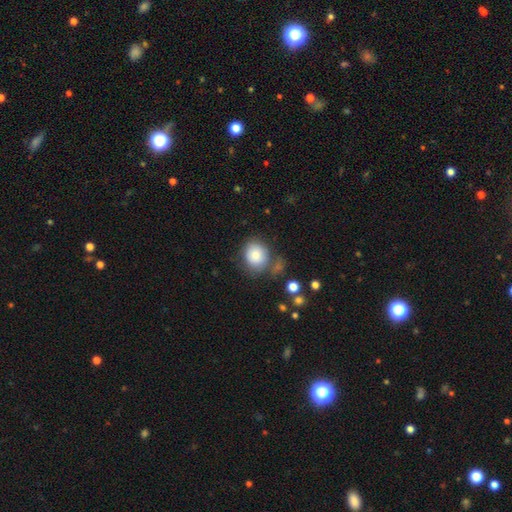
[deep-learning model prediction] smooth-or-featured: smooth: 80% | featured or disk: 12% | star or artifact: 9%
  how-rounded: round: 72% | in between: 27% | cigar-shaped: 1%
  merging: none: 62% | minor disturbance: 18% | merger: 12% | major disturbance: 8%